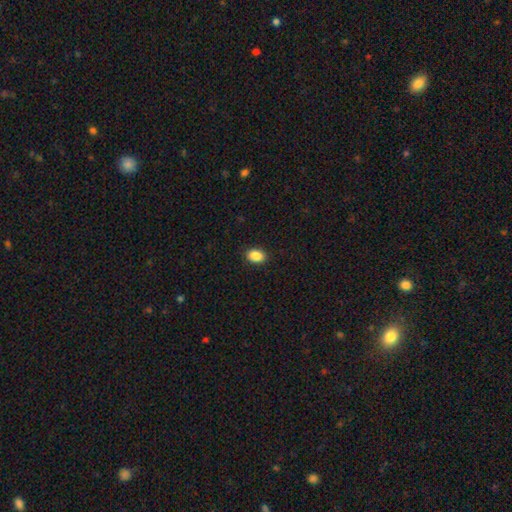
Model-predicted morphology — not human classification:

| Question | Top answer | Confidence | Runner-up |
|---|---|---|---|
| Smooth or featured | smooth | 88% | star or artifact (8%) |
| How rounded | in between | 81% | round (18%) |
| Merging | none | 90% | minor disturbance (7%) |